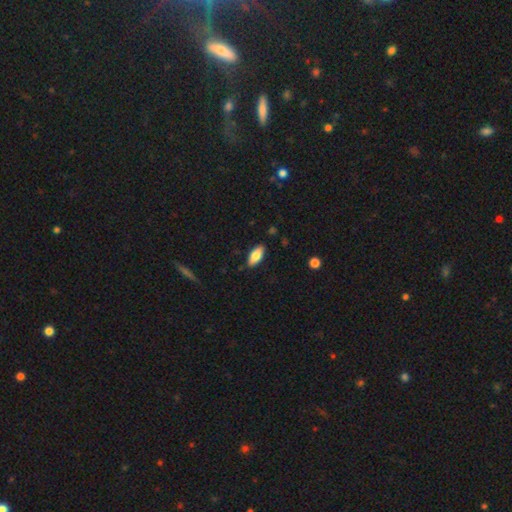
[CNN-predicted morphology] A smooth galaxy with no disk features (79%) that is in between round and cigar-shaped (84%).

Vote fractions:
- Smooth or featured? smooth: 79% / featured or disk: 15% / star or artifact: 6%
- How rounded? in between: 84% / cigar-shaped: 14% / round: 2%
- Merging? none: 88% / minor disturbance: 9% / major disturbance: 2% / merger: 1%